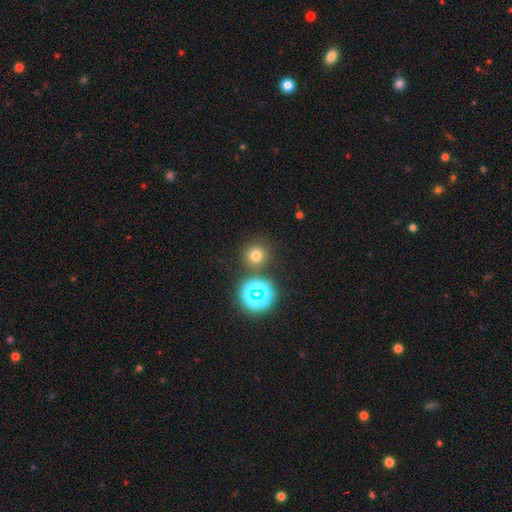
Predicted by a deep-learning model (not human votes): Smooth or featured? Predicted: smooth (p=0.69). How rounded? Predicted: round (p=0.93). Merging? Predicted: none (p=0.82).